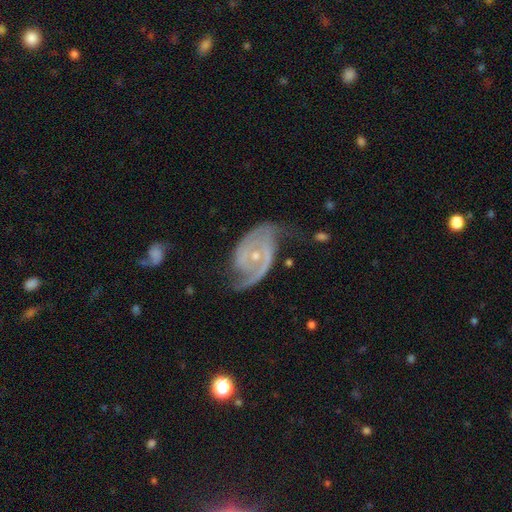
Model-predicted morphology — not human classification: This is clearly a featured or disk galaxy (89%). It is clearly not viewed edge-on (97%). Bar: possibly no (59%). Spiral arm pattern: clearly yes (96%). Spiral arm count: clearly 2 (84%). Spiral winding: possibly medium (48%). Central bulge: likely small (68%). Merging: possibly none (56%).